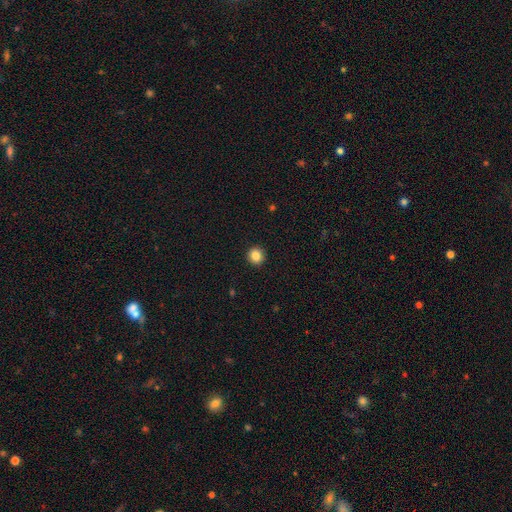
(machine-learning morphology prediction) Smooth or featured: smooth — 85% (star or artifact — 10%)
How rounded: round — 94% (in between — 5%)
Merging: none — 93% (minor disturbance — 4%)